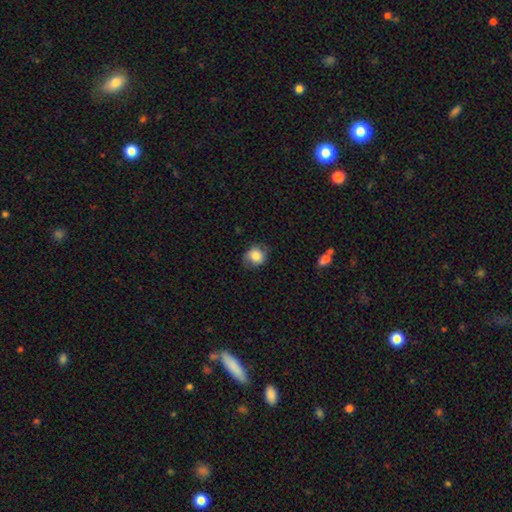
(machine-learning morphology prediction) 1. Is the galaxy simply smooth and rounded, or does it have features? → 81% smooth, 10% featured or disk, 9% star or artifact.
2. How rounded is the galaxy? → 74% round, 25% in between, 1% cigar-shaped.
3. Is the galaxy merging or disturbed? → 72% none, 21% minor disturbance, 6% major disturbance, 1% merger.